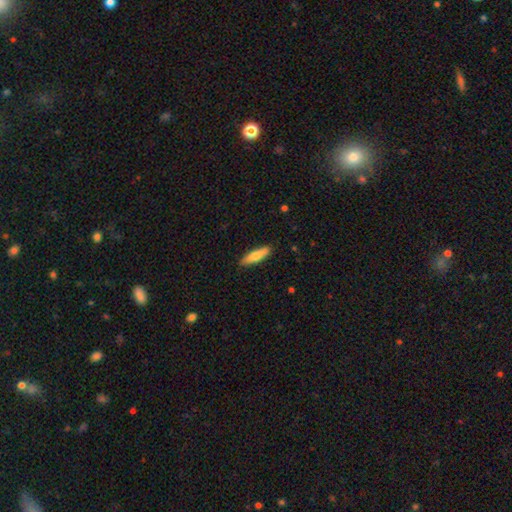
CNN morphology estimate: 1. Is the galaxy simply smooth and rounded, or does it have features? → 70% smooth, 25% featured or disk, 6% star or artifact.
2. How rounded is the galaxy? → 67% cigar-shaped, 31% in between, 2% round.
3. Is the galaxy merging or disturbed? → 83% none, 12% minor disturbance, 3% merger, 2% major disturbance.